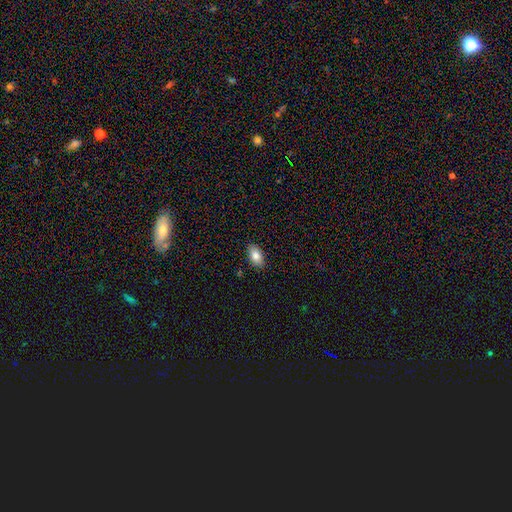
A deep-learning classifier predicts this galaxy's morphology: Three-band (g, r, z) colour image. It shows a smooth galaxy with no disk features (82%) that is in between round and cigar-shaped (92%). Merging: none (88%).